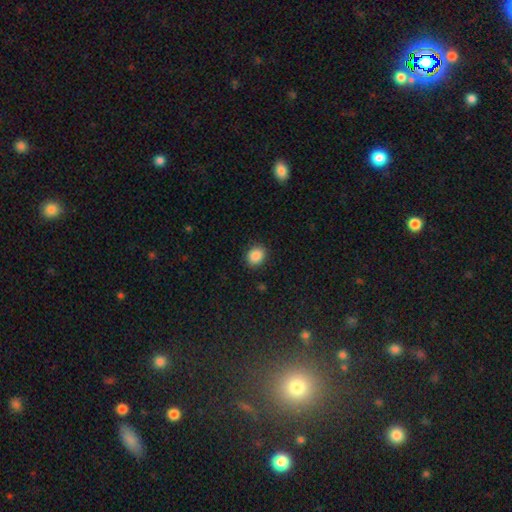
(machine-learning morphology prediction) This is clearly a smooth galaxy (88%). How rounded: possibly round (60%). Merging: clearly none (88%).